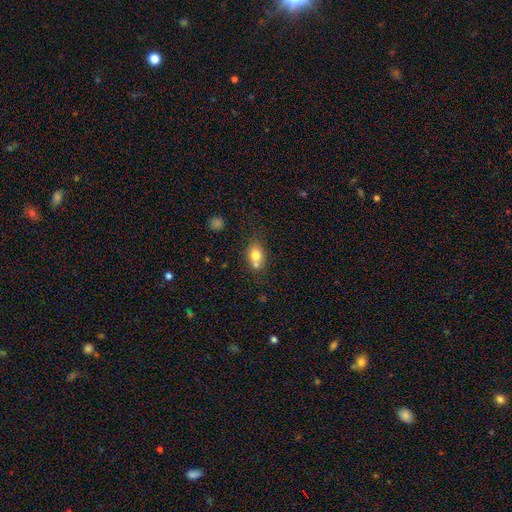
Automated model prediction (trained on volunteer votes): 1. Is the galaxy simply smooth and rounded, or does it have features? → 76% smooth, 14% featured or disk, 10% star or artifact.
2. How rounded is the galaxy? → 61% in between, 37% round, 2% cigar-shaped.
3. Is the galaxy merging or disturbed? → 50% none, 33% merger, 13% minor disturbance, 4% major disturbance.